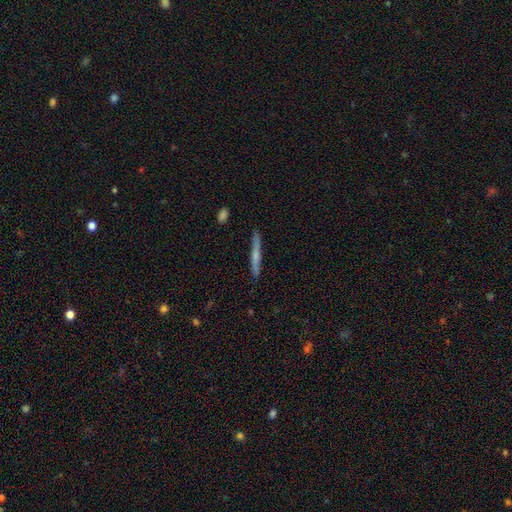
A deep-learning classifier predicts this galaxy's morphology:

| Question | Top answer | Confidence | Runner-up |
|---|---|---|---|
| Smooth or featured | smooth | 48% | featured or disk (45%) |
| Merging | none | 88% | minor disturbance (9%) |